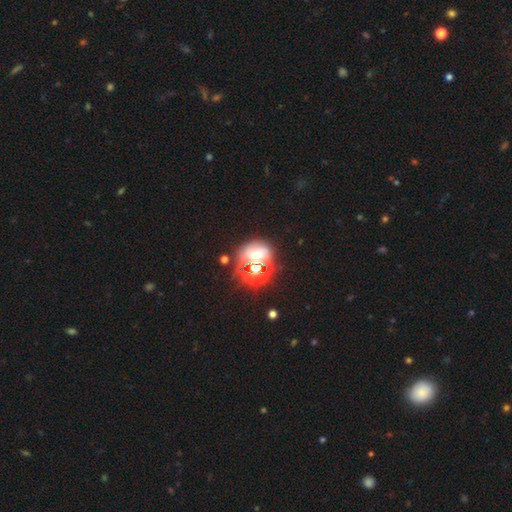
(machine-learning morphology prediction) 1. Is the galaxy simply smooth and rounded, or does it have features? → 40% smooth, 39% star or artifact, 21% featured or disk.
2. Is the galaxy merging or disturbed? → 51% none, 25% merger, 15% minor disturbance, 10% major disturbance.